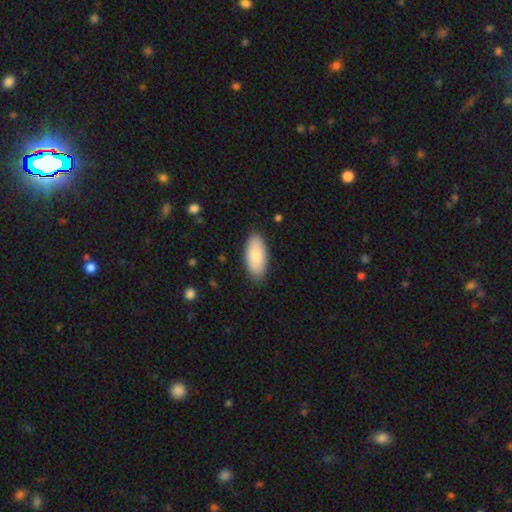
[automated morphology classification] Smooth or featured? smooth (85%)
How rounded? in between (91%)
Merging? none (87%)